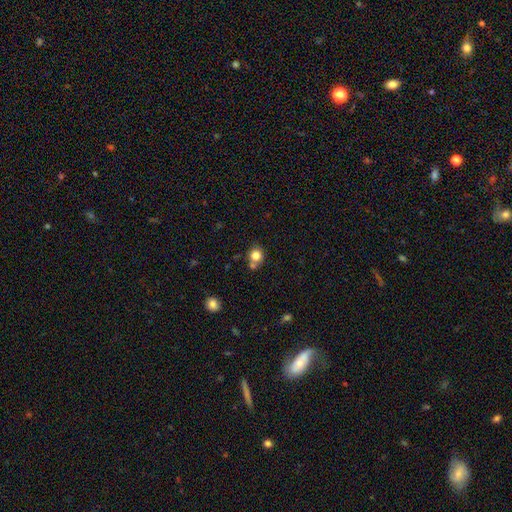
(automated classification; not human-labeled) This appears to be a smooth galaxy with no disk features (81%) that is round (82%). Merging: none (60%).